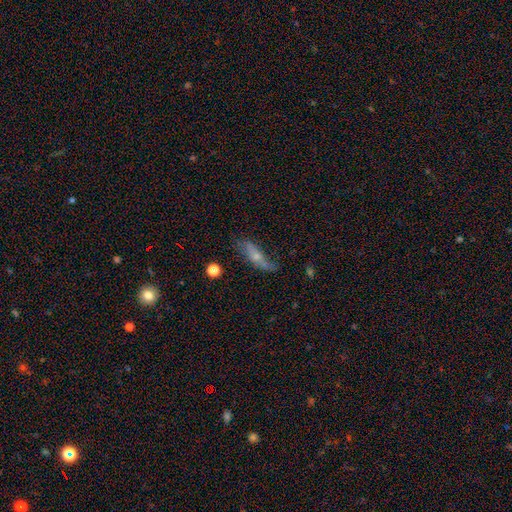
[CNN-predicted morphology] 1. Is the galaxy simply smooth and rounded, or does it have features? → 50% featured or disk, 41% smooth, 9% star or artifact.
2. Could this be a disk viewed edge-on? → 63% no, 37% yes.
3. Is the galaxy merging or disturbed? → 52% none, 29% minor disturbance, 16% major disturbance, 3% merger.